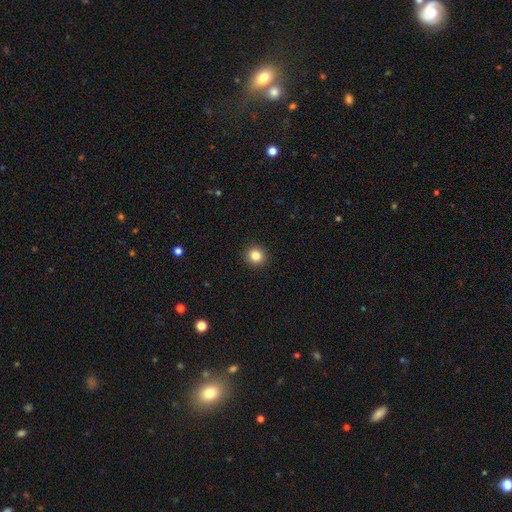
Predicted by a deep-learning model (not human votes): smooth-or-featured: smooth: 84% | star or artifact: 11% | featured or disk: 5%
  how-rounded: round: 91% | in between: 8% | cigar-shaped: 1%
  merging: none: 93% | minor disturbance: 5% | major disturbance: 2% | merger: 1%